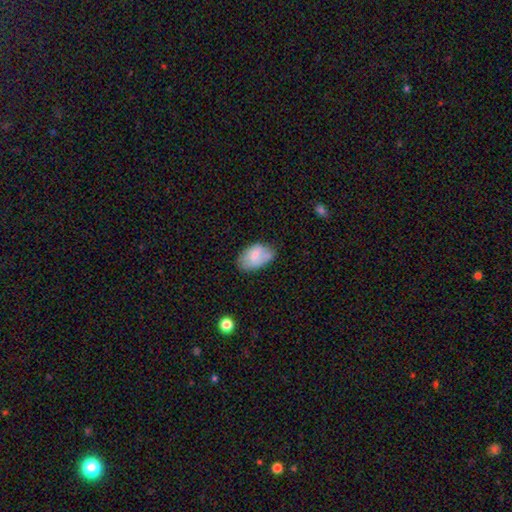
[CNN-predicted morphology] smooth_or_featured: smooth (p=0.74) [alt: featured or disk p=0.19]
how_rounded: in between (p=0.91) [alt: round p=0.07]
merging: none (p=0.55) [alt: minor disturbance p=0.34]